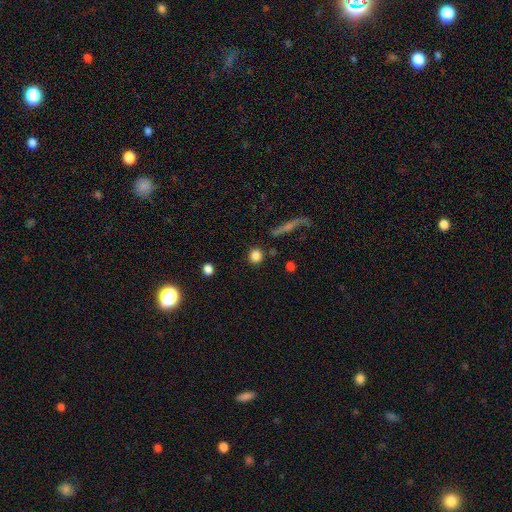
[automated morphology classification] Smooth or featured? Predicted: smooth (p=0.85). How rounded? Predicted: round (p=0.87). Merging? Predicted: none (p=0.86).